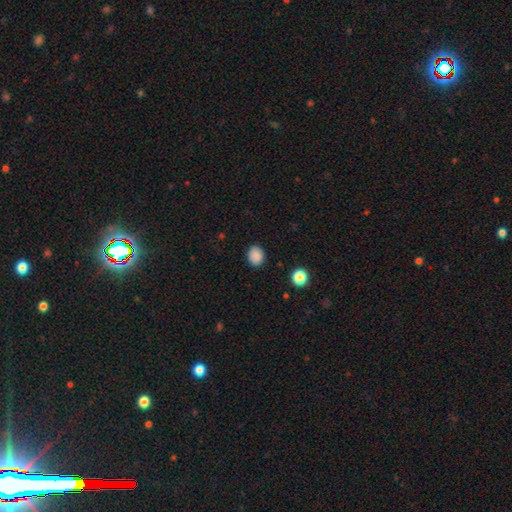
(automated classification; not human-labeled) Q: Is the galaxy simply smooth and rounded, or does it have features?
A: smooth — 87%.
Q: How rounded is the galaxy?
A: round — 62%.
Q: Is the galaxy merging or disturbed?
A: none — 88%.